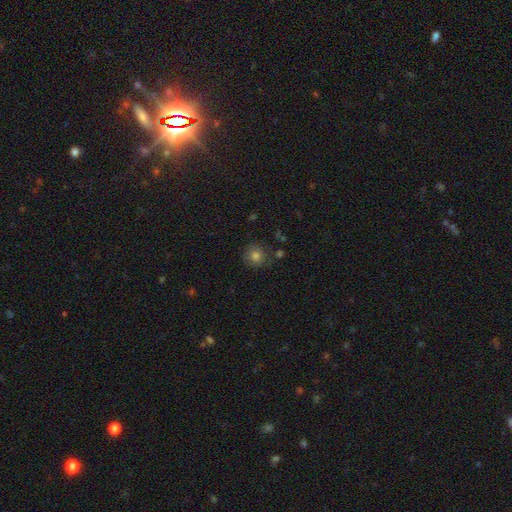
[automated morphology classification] Smooth or featured: smooth — 78% (star or artifact — 13%)
How rounded: round — 91% (in between — 8%)
Merging: none — 81% (minor disturbance — 12%)